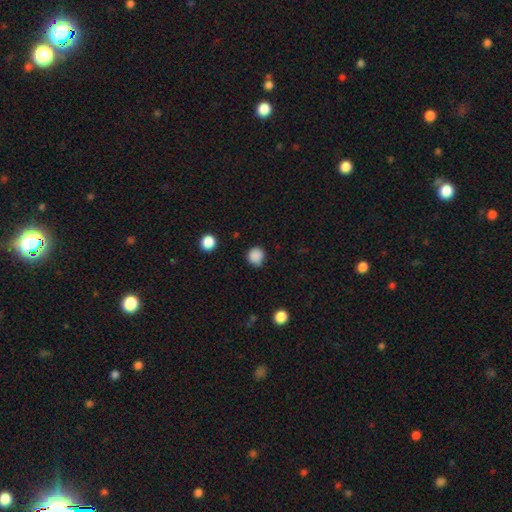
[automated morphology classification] Smooth or featured? Predicted: smooth (p=0.87). How rounded? Predicted: round (p=0.91). Merging? Predicted: none (p=0.84).